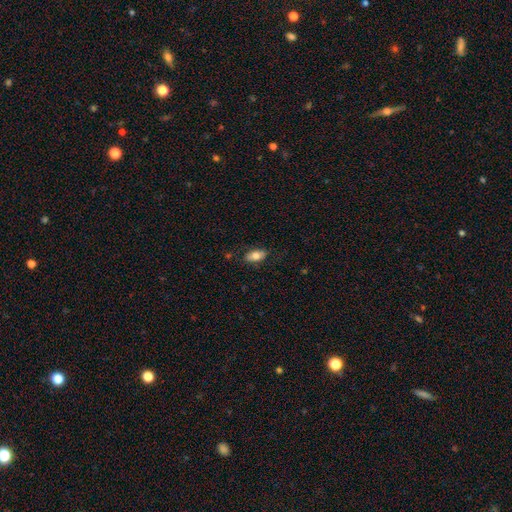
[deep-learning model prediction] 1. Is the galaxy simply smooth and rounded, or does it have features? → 78% smooth, 15% featured or disk, 7% star or artifact.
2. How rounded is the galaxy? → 91% in between, 5% cigar-shaped, 4% round.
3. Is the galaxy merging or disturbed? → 81% none, 14% minor disturbance, 3% major disturbance, 1% merger.